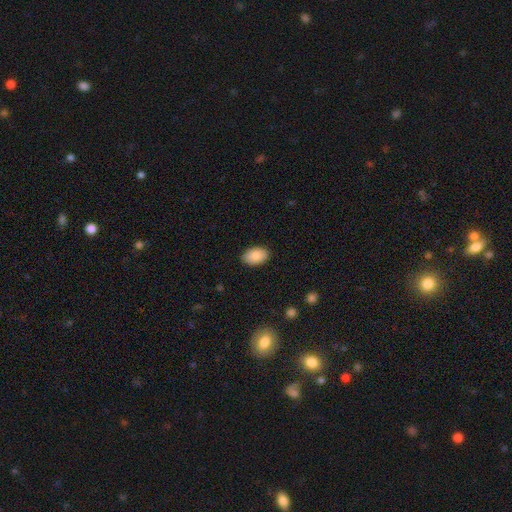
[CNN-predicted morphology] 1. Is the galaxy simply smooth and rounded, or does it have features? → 87% smooth, 7% star or artifact, 6% featured or disk.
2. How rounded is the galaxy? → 92% in between, 7% round, 1% cigar-shaped.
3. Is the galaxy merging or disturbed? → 88% none, 9% minor disturbance, 2% major disturbance, 1% merger.